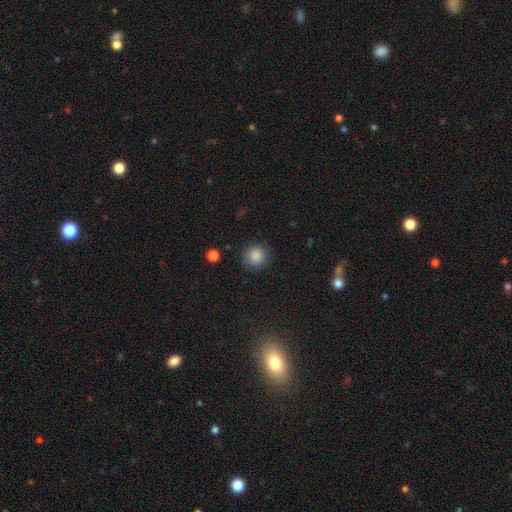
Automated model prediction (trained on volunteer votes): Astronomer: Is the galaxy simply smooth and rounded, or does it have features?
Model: smooth — 87%.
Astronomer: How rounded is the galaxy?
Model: round — 93%.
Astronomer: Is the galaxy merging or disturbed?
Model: none — 88%.